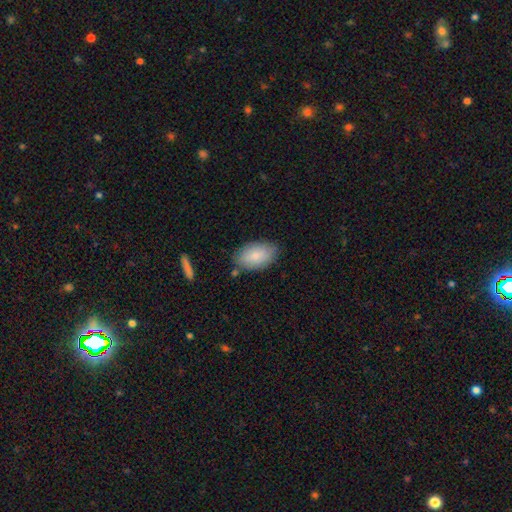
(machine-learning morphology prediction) The model was most divided on "merging": none: 78%, minor disturbance: 15%, merger: 4%, major disturbance: 3%. More confident: how rounded — in between (94%); smooth or featured — smooth (84%).